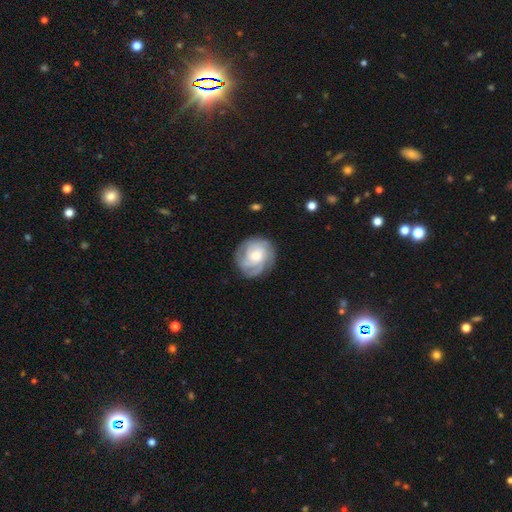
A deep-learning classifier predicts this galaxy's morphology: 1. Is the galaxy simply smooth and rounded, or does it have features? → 69% featured or disk, 24% smooth, 6% star or artifact.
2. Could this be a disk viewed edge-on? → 97% no, 3% yes.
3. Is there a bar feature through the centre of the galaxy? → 71% no, 25% weak, 4% strong.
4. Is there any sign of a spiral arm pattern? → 90% yes, 10% no.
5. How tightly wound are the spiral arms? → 59% tight, 31% medium, 10% loose.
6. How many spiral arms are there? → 33% can't tell, 29% 3, 14% 4, 13% 2, 5% 1, 5% more than 4.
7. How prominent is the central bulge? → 50% moderate, 38% small, 8% large, 2% none, 1% dominant.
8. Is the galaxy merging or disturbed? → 76% none, 16% minor disturbance, 6% major disturbance, 1% merger.